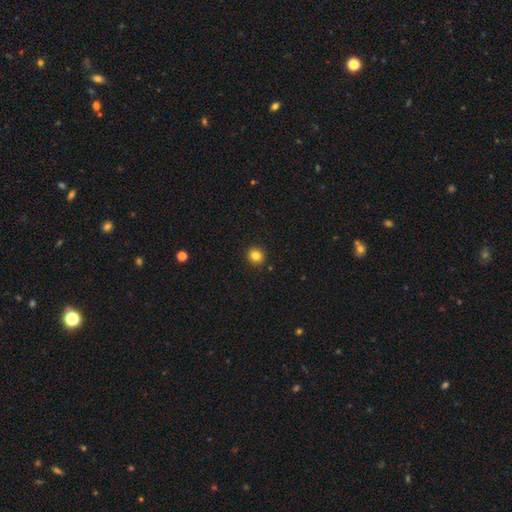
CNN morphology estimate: smooth_or_featured: smooth (p=0.83) [alt: star or artifact p=0.11]
how_rounded: round (p=0.81) [alt: in between p=0.18]
merging: none (p=0.92) [alt: minor disturbance p=0.06]